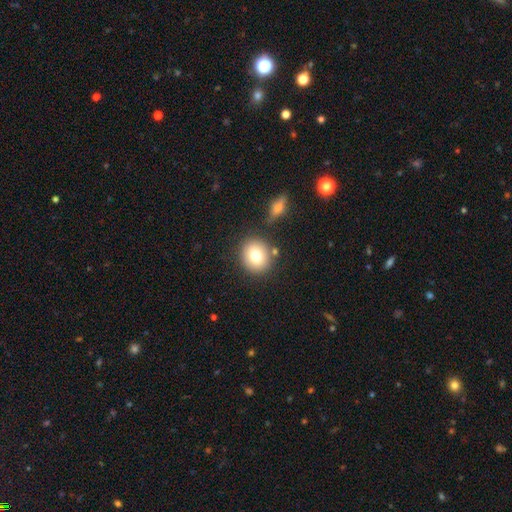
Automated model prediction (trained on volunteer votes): This is likely a smooth galaxy (76%). How rounded: clearly round (82%). Merging: likely none (79%).